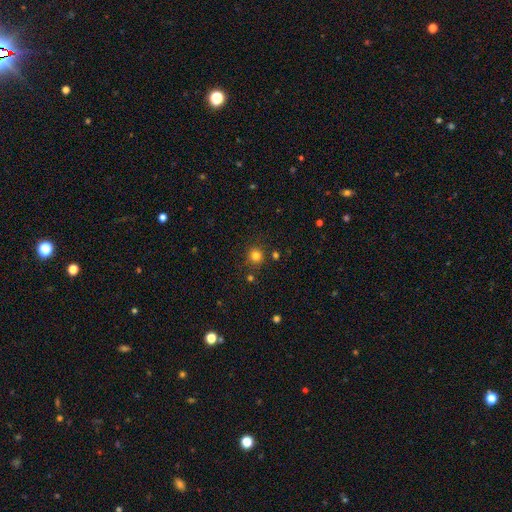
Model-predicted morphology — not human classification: Smooth or featured? smooth (80%)
How rounded? round (92%)
Merging? none (84%)